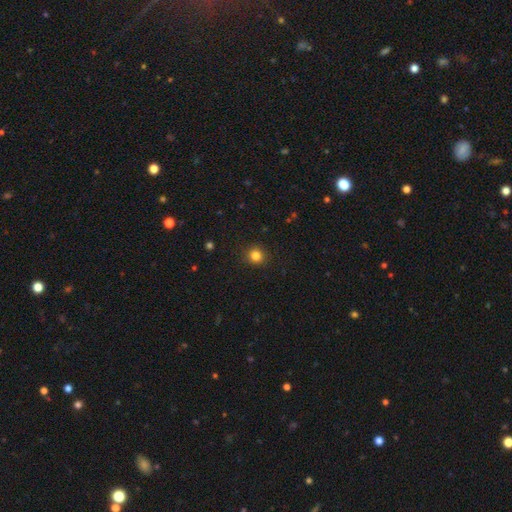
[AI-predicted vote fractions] A smooth galaxy with no disk features (83%) that is round (90%).

Vote fractions:
- Smooth or featured? smooth: 83% / star or artifact: 13% / featured or disk: 5%
- How rounded? round: 90% / in between: 9% / cigar-shaped: 1%
- Merging? none: 91% / minor disturbance: 6% / major disturbance: 2% / merger: 1%